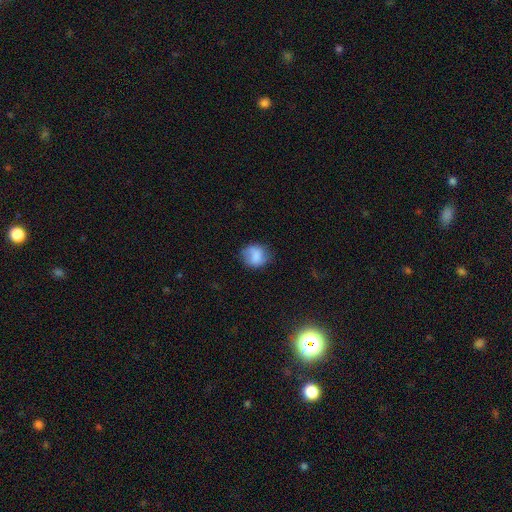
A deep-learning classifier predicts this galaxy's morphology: This appears to be a smooth galaxy with no disk features (76%) that is round (67%). Merging: none (65%).